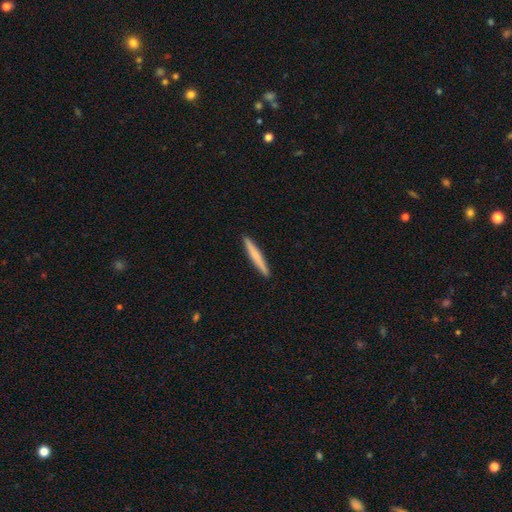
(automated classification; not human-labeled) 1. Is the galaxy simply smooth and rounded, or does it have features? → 67% smooth, 28% featured or disk, 5% star or artifact.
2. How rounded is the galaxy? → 96% cigar-shaped, 3% in between, 1% round.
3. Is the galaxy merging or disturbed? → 93% none, 5% minor disturbance, 1% major disturbance, 1% merger.